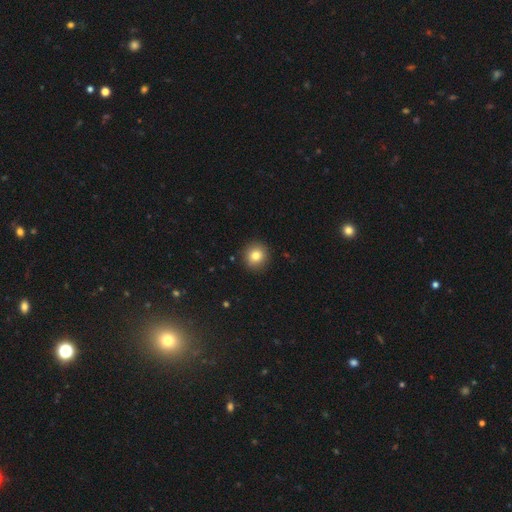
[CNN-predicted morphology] Smooth or featured: smooth — 80% (star or artifact — 11%)
How rounded: round — 92% (in between — 7%)
Merging: none — 91% (minor disturbance — 6%)